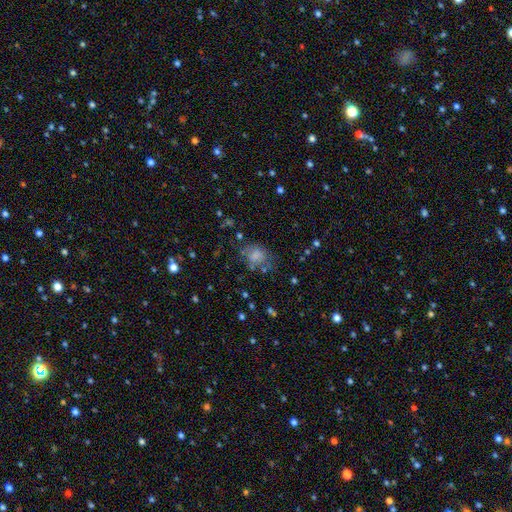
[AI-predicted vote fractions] A smooth galaxy with no disk features (69%) that is in between round and cigar-shaped (58%).

Vote fractions:
- Smooth or featured? smooth: 69% / featured or disk: 17% / star or artifact: 13%
- How rounded? in between: 58% / round: 41% / cigar-shaped: 1%
- Merging? none: 54% / minor disturbance: 25% / major disturbance: 16% / merger: 6%